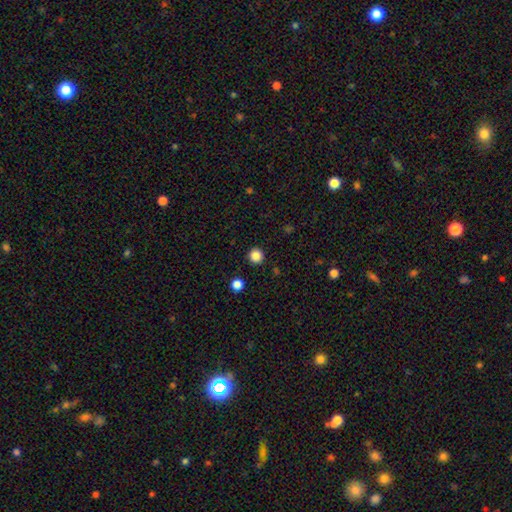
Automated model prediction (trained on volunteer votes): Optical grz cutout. It shows a smooth galaxy with no disk features (86%) that is round (96%). Merging: none (93%).